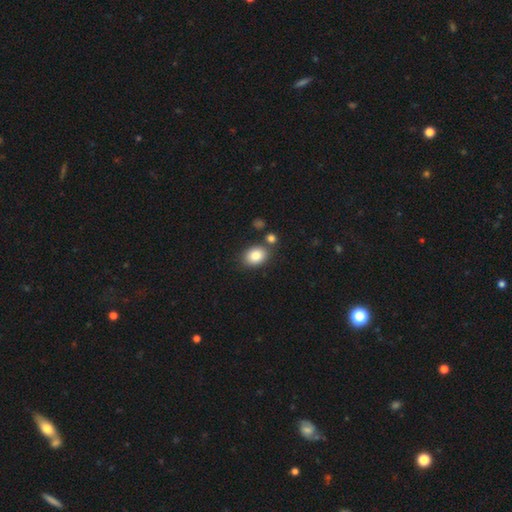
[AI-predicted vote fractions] smooth_or_featured: smooth (p=0.84) [alt: star or artifact p=0.09]
how_rounded: in between (p=0.60) [alt: round p=0.39]
merging: none (p=0.76) [alt: minor disturbance p=0.11]